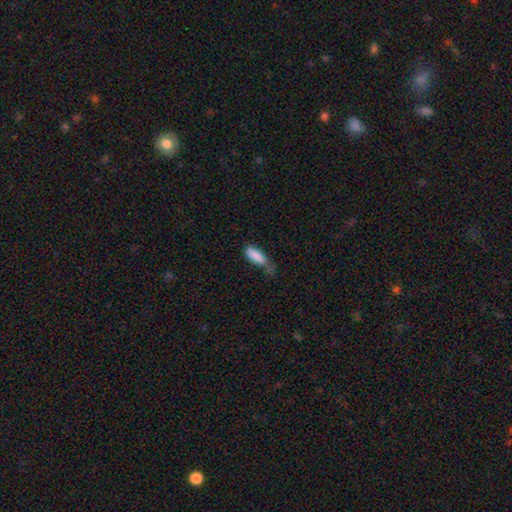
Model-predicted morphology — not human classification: Overall: smooth (86%). How rounded: in between (69%; cigar-shaped 29%). Merging: minor disturbance (40%; none 34%).